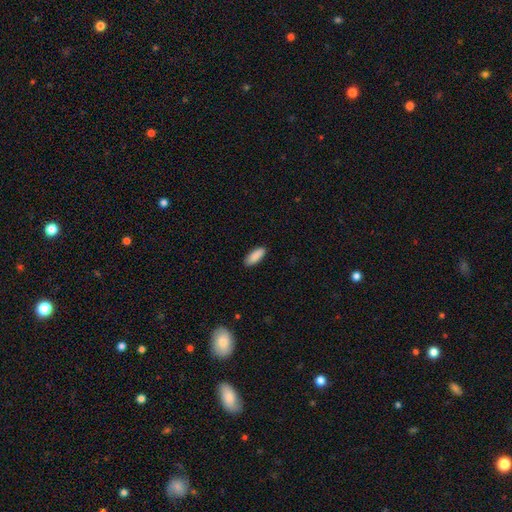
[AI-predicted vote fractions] smooth_or_featured: smooth (p=0.90) [alt: star or artifact p=0.06]
how_rounded: in between (p=0.74) [alt: cigar-shaped p=0.24]
merging: none (p=0.88) [alt: minor disturbance p=0.09]